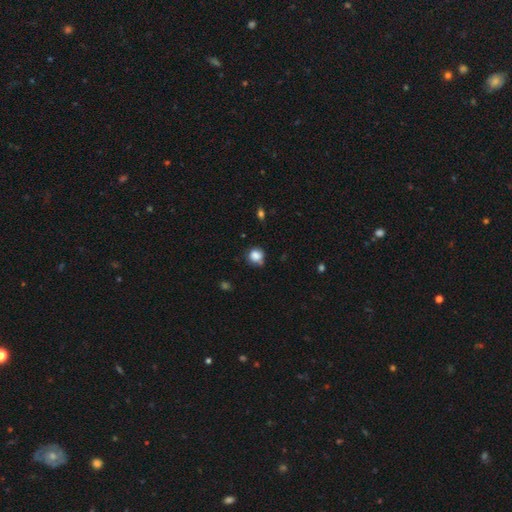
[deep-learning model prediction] Smooth or featured: smooth — 82% (star or artifact — 11%)
How rounded: round — 82% (in between — 17%)
Merging: none — 58% (minor disturbance — 28%)